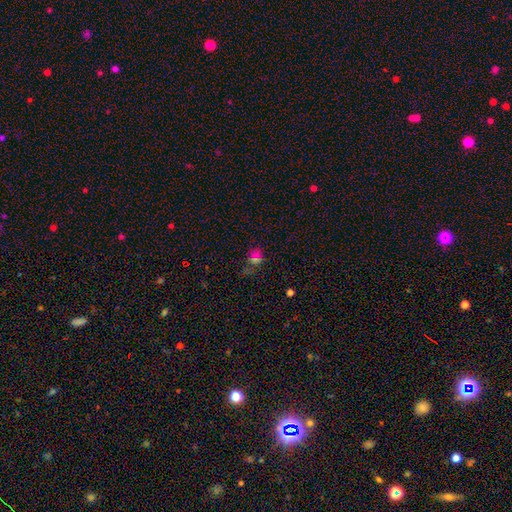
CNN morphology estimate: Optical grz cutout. It shows a smooth galaxy with no disk features (52%) that is in between round and cigar-shaped (49%). Merging: none (58%).